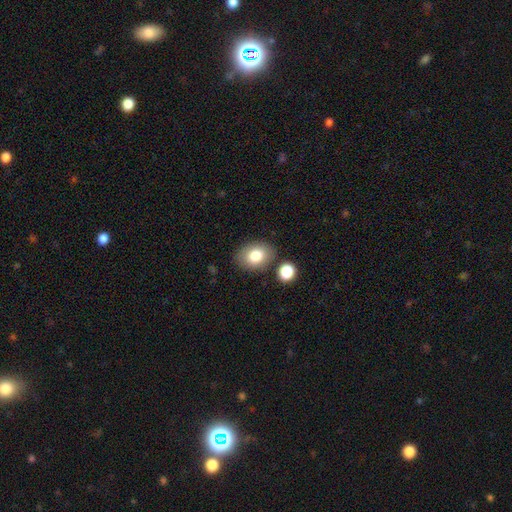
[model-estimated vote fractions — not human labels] This appears to be a smooth galaxy with no disk features (81%) that is in between round and cigar-shaped (69%). Merging: none (77%).